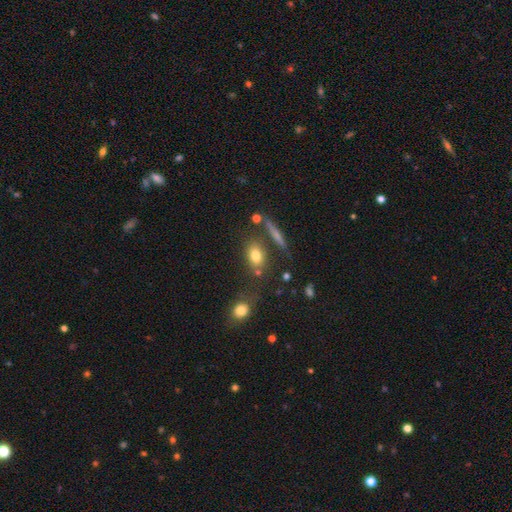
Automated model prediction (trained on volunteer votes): This is likely a smooth galaxy (76%). How rounded: likely in between (68%). Merging: likely none (68%).